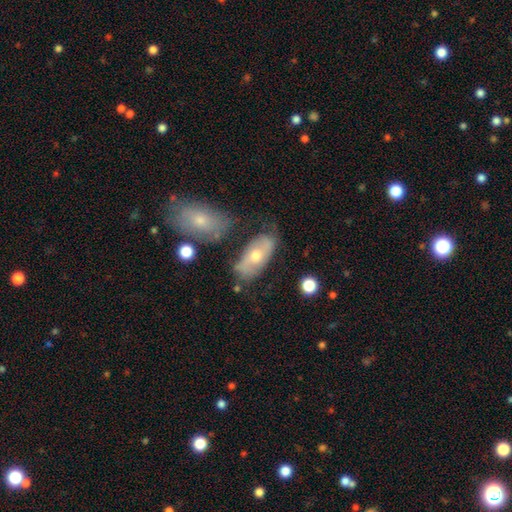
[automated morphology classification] This is possibly a smooth galaxy (48%). Merging: likely none (62%).